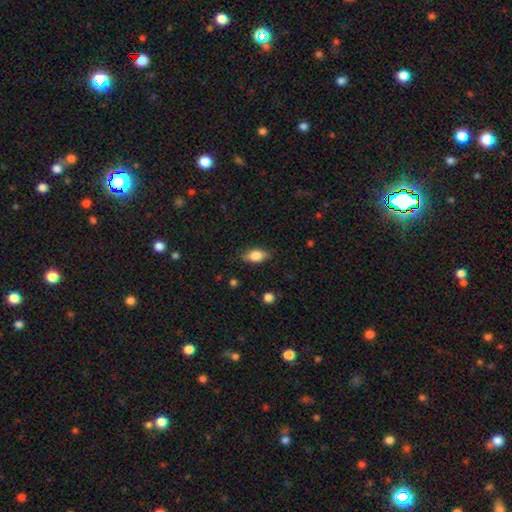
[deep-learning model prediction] Smooth or featured? smooth (82%)
How rounded? in between (88%)
Merging? none (85%)